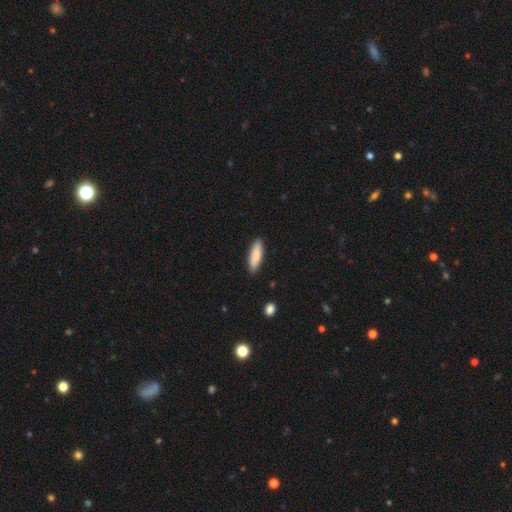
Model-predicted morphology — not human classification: This is clearly a smooth galaxy (85%). How rounded: possibly cigar-shaped (57%). Merging: clearly none (89%).